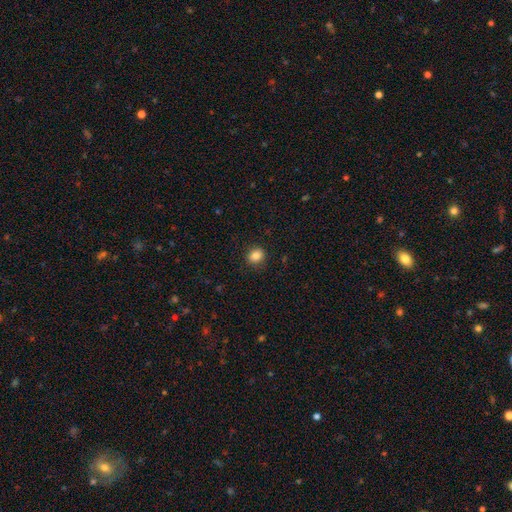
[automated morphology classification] Q: Smooth or featured?
A: smooth (84%); runner-up: star or artifact (11%)
Q: How rounded?
A: round (68%); runner-up: in between (31%)
Q: Merging?
A: none (88%); runner-up: minor disturbance (9%)